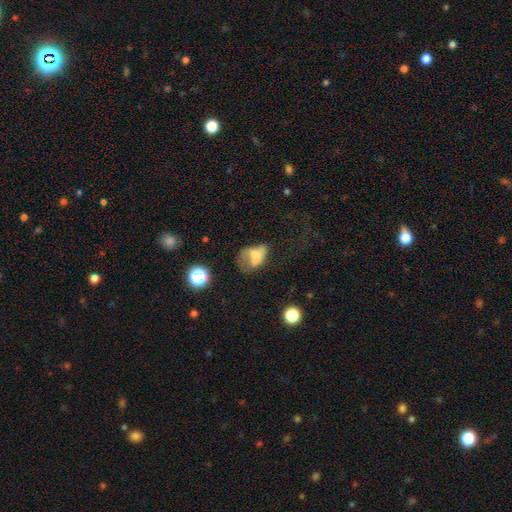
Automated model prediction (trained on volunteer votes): Smooth or featured: smooth — 56% (featured or disk — 30%)
How rounded: in between — 73% (round — 25%)
Merging: major disturbance — 40% (none — 25%)